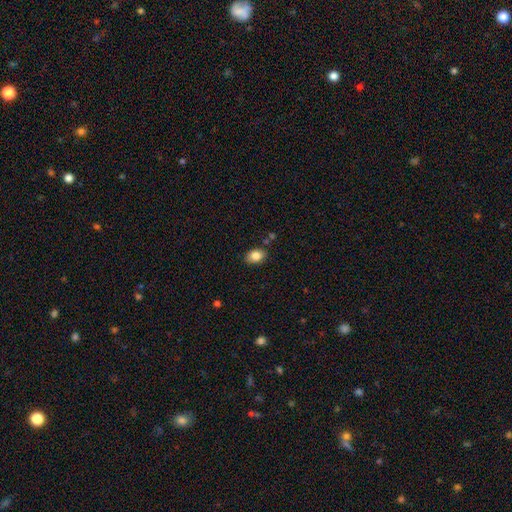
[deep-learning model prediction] The model was most divided on "how rounded": in between: 76%, round: 23%, cigar-shaped: 1%. More confident: smooth or featured — smooth (84%); merging — none (81%).